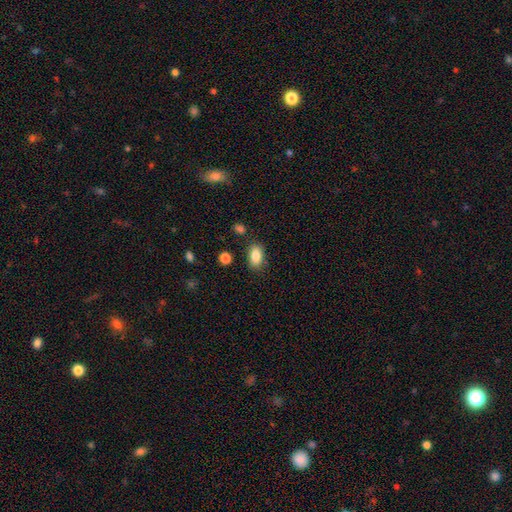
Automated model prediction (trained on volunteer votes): Q: Smooth or featured?
A: smooth (87%); runner-up: star or artifact (8%)
Q: How rounded?
A: in between (90%); runner-up: round (7%)
Q: Merging?
A: none (83%); runner-up: minor disturbance (11%)